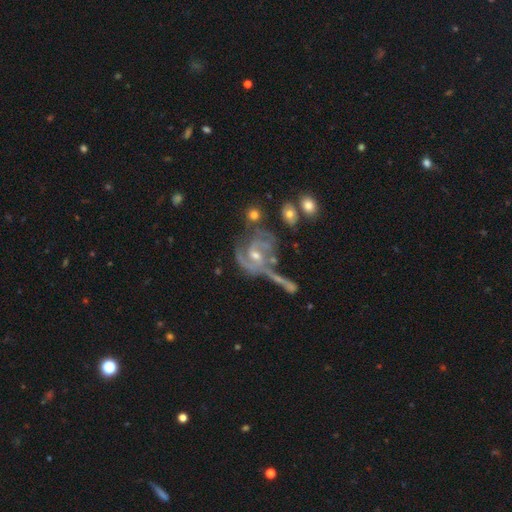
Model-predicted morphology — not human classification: Smooth or featured? featured or disk (87%)
Edge-on disk? no (97%)
Bar? no (44%)
Spiral arms? yes (94%)
Spiral winding? medium (44%)
Spiral arm count? 2 (48%)
Bulge size? moderate (48%)
Merging? none (39%)